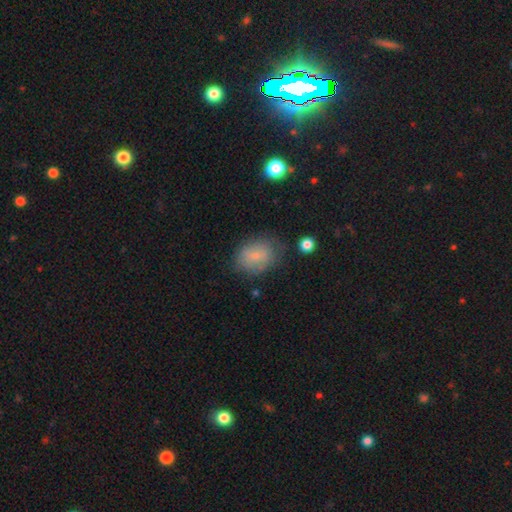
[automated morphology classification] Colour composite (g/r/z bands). It shows a smooth galaxy with no disk features (70%) that is in between round and cigar-shaped (64%). Merging: none (65%).